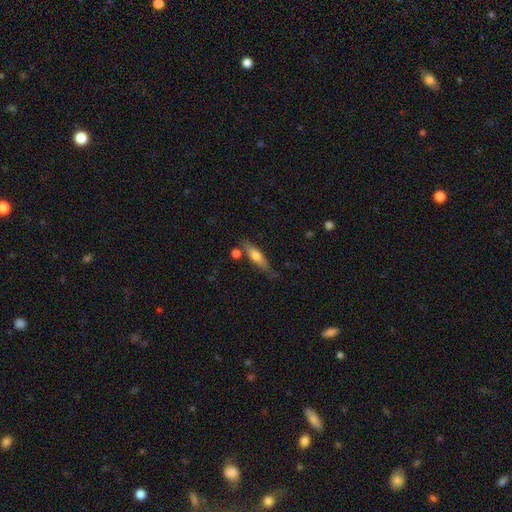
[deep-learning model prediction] Morphology: type=smooth (60%); roundness=cigar-shaped (71%); merging=none (67%).